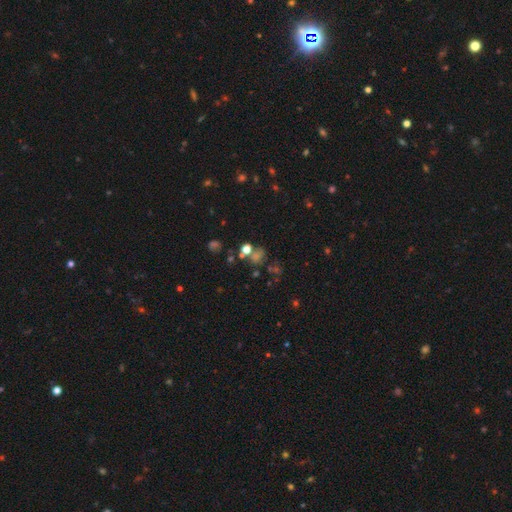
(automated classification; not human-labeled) Smooth or featured?
  - star or artifact: 49% *
  - smooth: 34%
  - featured or disk: 17%